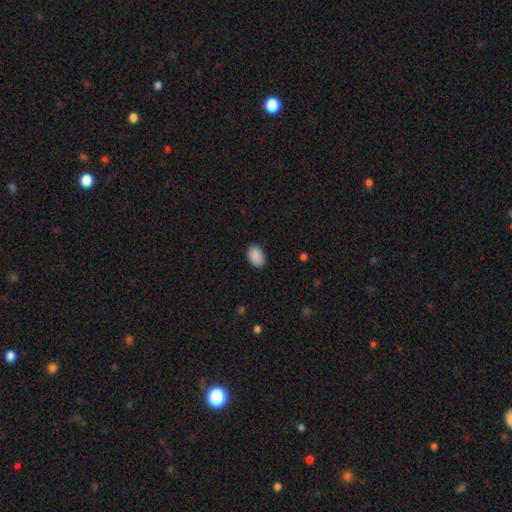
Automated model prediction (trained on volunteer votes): This appears to be a smooth galaxy with no disk features (90%) that is in between round and cigar-shaped (84%). Merging: none (85%).